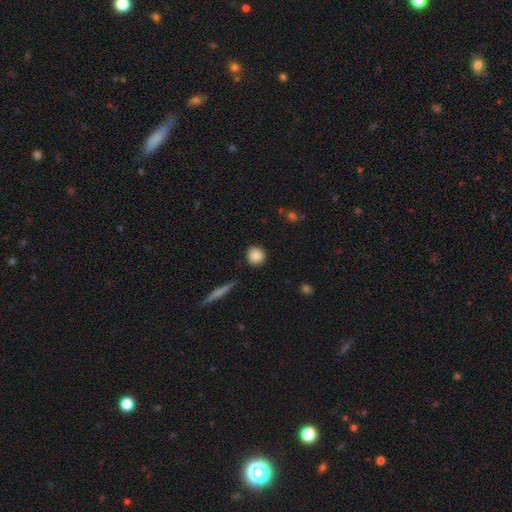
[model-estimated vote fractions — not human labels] smooth-or-featured: smooth: 87% | star or artifact: 8% | featured or disk: 5%
  how-rounded: round: 90% | in between: 8% | cigar-shaped: 2%
  merging: none: 87% | minor disturbance: 9% | major disturbance: 2% | merger: 2%